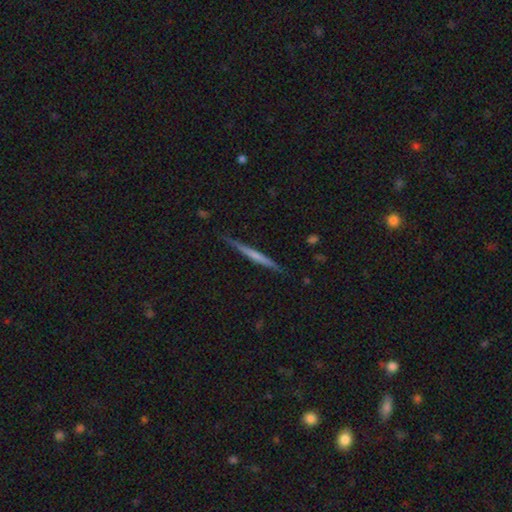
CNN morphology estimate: type=featured or disk (56%); edge-on=yes (98%); edge-on bulge=none (69%); merging=none (86%).